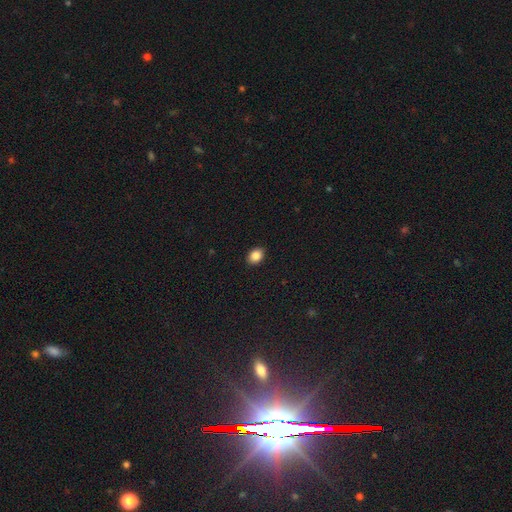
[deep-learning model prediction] The model was most divided on "how rounded": in between: 66%, round: 33%, cigar-shaped: 1%. More confident: merging — none (90%); smooth or featured — smooth (87%).